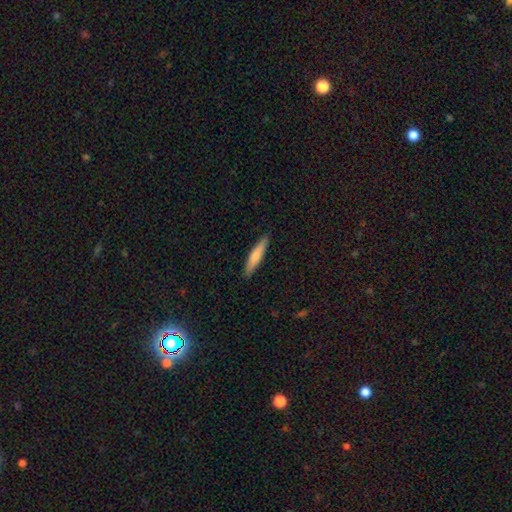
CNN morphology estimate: smooth 71%, featured or disk 23%, star or artifact 5%. Down the decision tree: how rounded — cigar-shaped (89%); merging — none (90%).